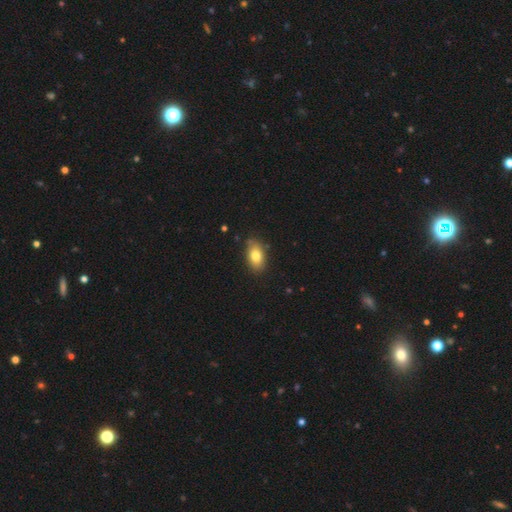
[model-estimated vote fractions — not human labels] smooth_or_featured: smooth (p=0.81) [alt: featured or disk p=0.12]
how_rounded: in between (p=0.89) [alt: round p=0.09]
merging: none (p=0.83) [alt: minor disturbance p=0.13]